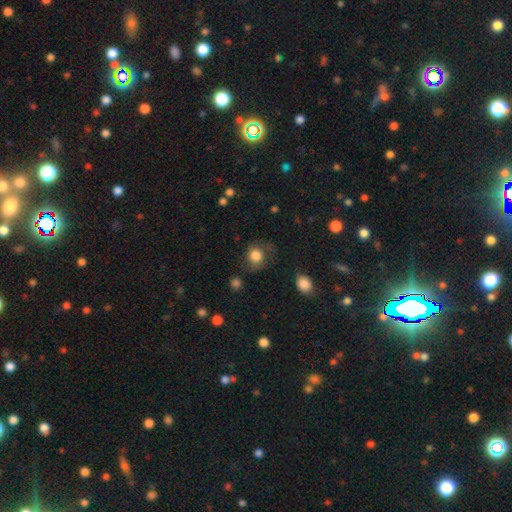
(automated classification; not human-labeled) Morphology: type=smooth (62%); roundness=round (77%); merging=none (62%).